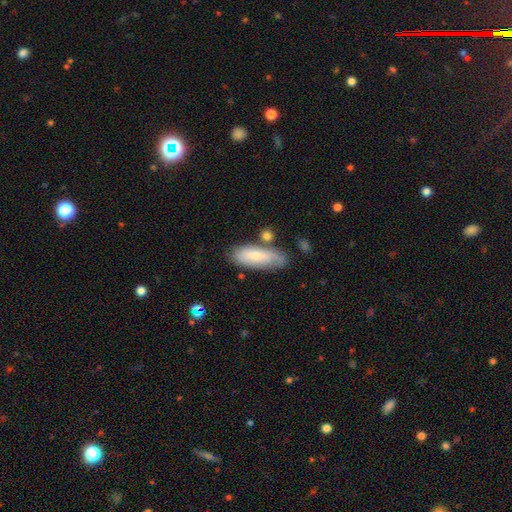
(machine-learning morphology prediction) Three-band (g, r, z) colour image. It shows a smooth galaxy with no disk features (69%) that is in between round and cigar-shaped (69%). Merging: none (64%).